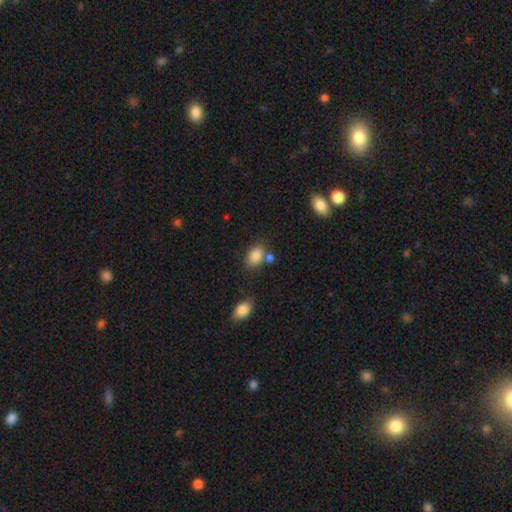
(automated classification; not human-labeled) Smooth or featured: smooth — 85% (star or artifact — 9%)
How rounded: in between — 79% (round — 20%)
Merging: none — 63% (merger — 17%)